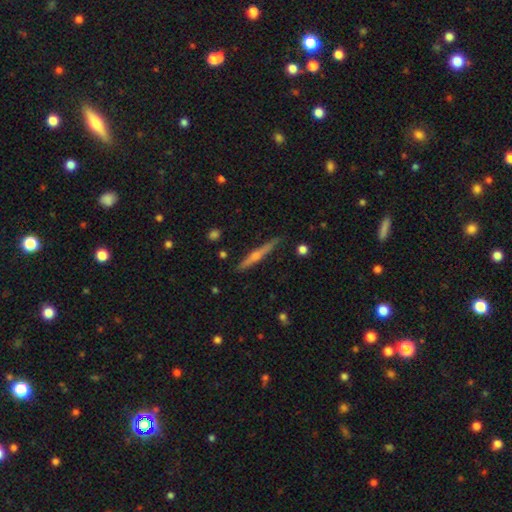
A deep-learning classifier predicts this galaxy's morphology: Smooth or featured? Predicted: featured or disk (p=0.68). Edge-on disk? Predicted: yes (p=0.98). Edge-on bulge? Predicted: rounded (p=0.78). Merging? Predicted: none (p=0.89).